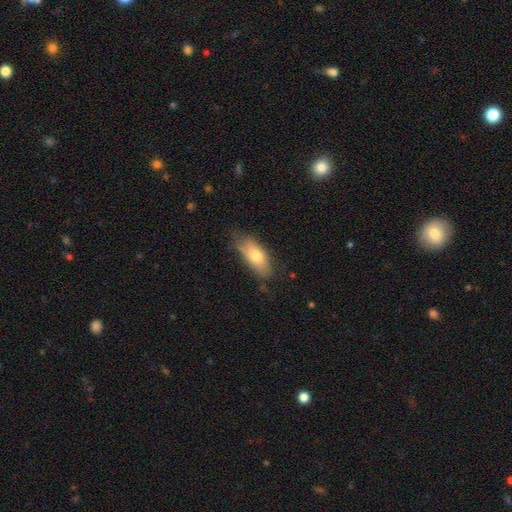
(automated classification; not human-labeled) This is likely a smooth galaxy (72%). How rounded: clearly in between (84%). Merging: likely none (63%).